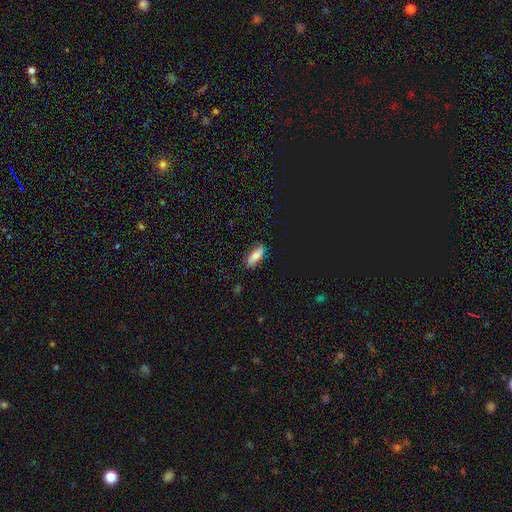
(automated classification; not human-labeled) A smooth galaxy with no disk features (68%) that is in between round and cigar-shaped (79%).

Vote fractions:
- Smooth or featured? smooth: 68% / featured or disk: 20% / star or artifact: 12%
- How rounded? in between: 79% / cigar-shaped: 17% / round: 3%
- Merging? none: 77% / minor disturbance: 18% / major disturbance: 4% / merger: 2%